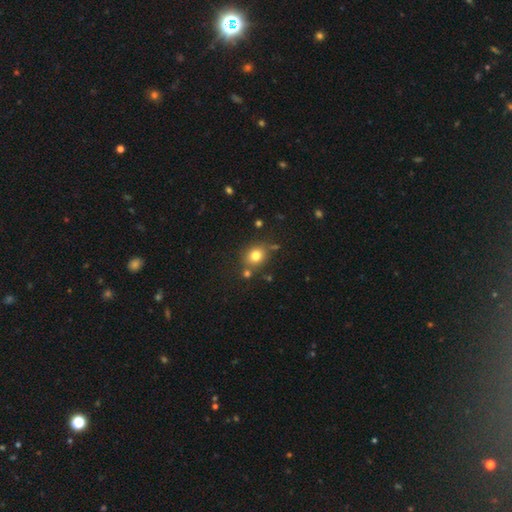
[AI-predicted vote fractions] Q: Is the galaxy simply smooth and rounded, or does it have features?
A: smooth — 79%.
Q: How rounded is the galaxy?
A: round — 67%.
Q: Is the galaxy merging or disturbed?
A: none — 73%.